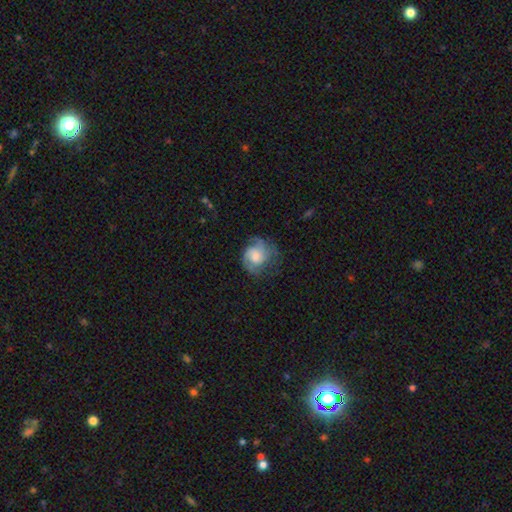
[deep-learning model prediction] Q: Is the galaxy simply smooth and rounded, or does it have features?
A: featured or disk — 70%.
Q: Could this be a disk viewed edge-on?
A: no — 98%.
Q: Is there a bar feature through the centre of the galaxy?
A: no — 67%.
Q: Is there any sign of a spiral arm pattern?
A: yes — 93%.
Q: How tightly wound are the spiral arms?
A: medium — 43%.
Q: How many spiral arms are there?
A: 3 — 32%.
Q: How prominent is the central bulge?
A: moderate — 44%.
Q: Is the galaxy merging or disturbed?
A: none — 62%.